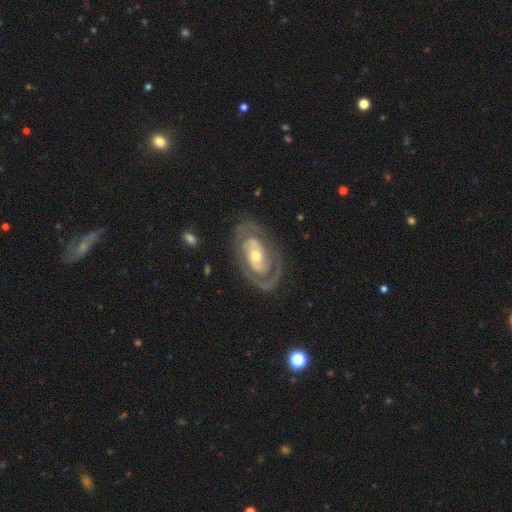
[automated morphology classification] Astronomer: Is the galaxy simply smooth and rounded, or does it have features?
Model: featured or disk — 85%.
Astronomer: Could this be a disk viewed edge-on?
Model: no — 95%.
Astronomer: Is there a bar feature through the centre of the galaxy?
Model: no — 61%.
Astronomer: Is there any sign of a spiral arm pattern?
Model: yes — 84%.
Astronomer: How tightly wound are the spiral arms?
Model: tight — 56% (runner-up: medium, 33%).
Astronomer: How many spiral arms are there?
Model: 2 — 61%.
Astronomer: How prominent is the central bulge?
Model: moderate — 54% (runner-up: small, 39%).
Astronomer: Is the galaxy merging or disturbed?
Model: none — 74%.